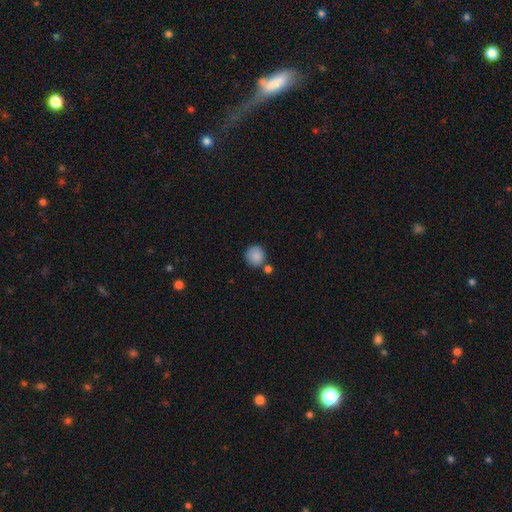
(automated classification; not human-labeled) smooth 86%, star or artifact 8%, featured or disk 5%. Down the decision tree: how rounded — round (92%); merging — none (72%).